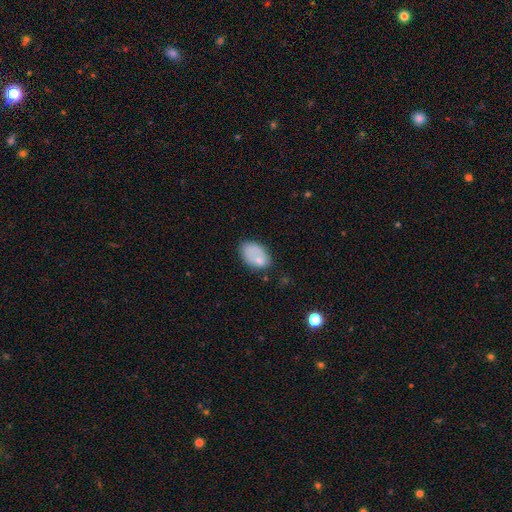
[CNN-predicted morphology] type=smooth (72%); roundness=in between (88%); merging=none (52%).